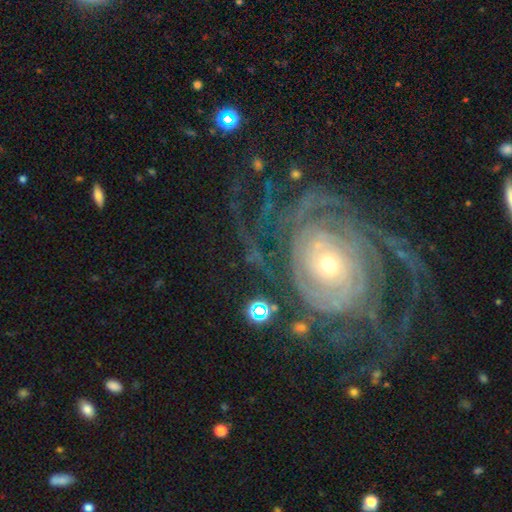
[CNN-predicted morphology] A featured or disk galaxy (87%) with no bar (76%), tight (74%) spiral arms (95%) and a small central bulge (62%).

Vote fractions:
- Smooth or featured? featured or disk: 87% / star or artifact: 7% / smooth: 6%
- Edge-on disk? no: 97% / yes: 3%
- Bar? no: 76% / weak: 16% / strong: 8%
- Spiral arms? yes: 95% / no: 5%
- Spiral winding? tight: 74% / medium: 20% / loose: 6%
- Spiral arm count? can't tell: 31% / more than 4: 17% / 4: 16% / 2: 14% / 3: 14% / 1: 8%
- Bulge size? small: 62% / moderate: 33% / large: 3% / dominant: 1% / none: 1%
- Merging? none: 62% / major disturbance: 19% / minor disturbance: 16% / merger: 3%